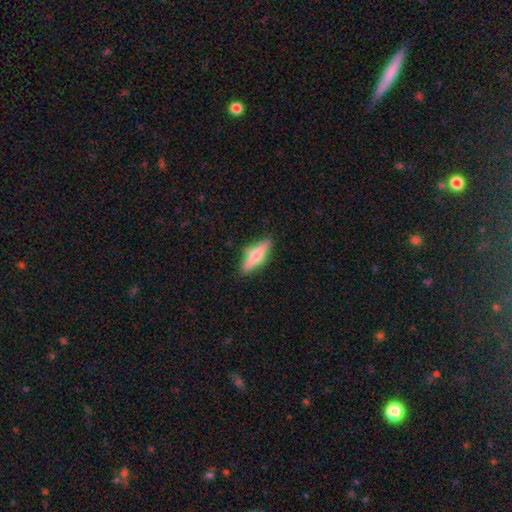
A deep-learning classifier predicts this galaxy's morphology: smooth-or-featured: smooth: 58% | featured or disk: 35% | star or artifact: 6%
  how-rounded: cigar-shaped: 59% | in between: 39% | round: 2%
  merging: none: 82% | minor disturbance: 13% | major disturbance: 3% | merger: 2%